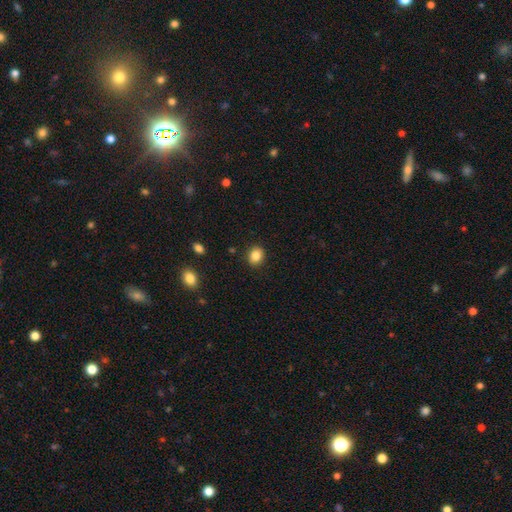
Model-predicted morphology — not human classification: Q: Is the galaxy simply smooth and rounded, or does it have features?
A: smooth — 85%.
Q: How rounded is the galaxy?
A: round — 61%.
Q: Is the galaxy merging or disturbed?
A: none — 89%.